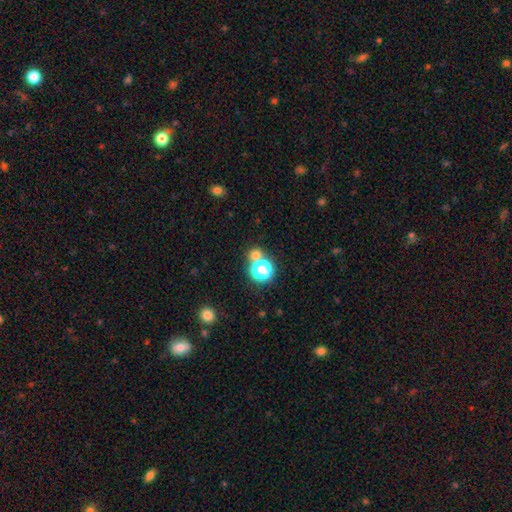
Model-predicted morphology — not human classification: This appears to be a smooth galaxy with no disk features (66%) that is round (84%). Merging: none (62%).